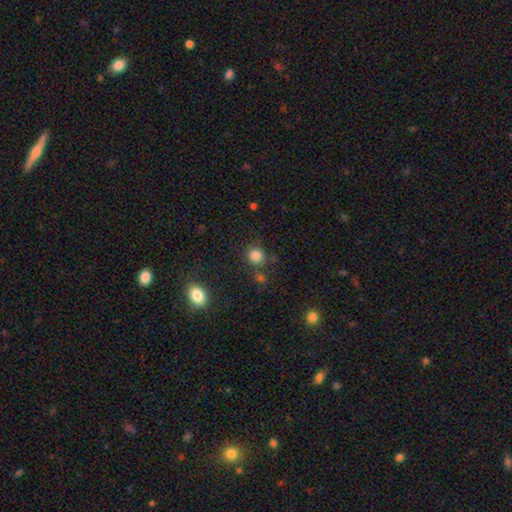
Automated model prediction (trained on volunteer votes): Smooth or featured? Predicted: smooth (p=0.83). How rounded? Predicted: round (p=0.88). Merging? Predicted: none (p=0.77).